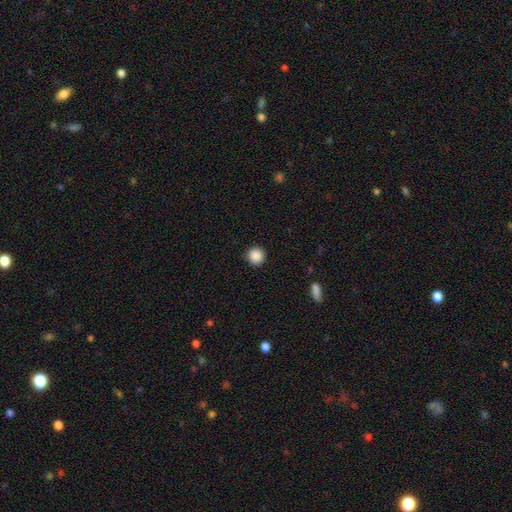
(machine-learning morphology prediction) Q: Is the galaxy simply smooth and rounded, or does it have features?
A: smooth — 88%.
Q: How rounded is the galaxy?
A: round — 95%.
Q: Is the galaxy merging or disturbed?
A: none — 92%.